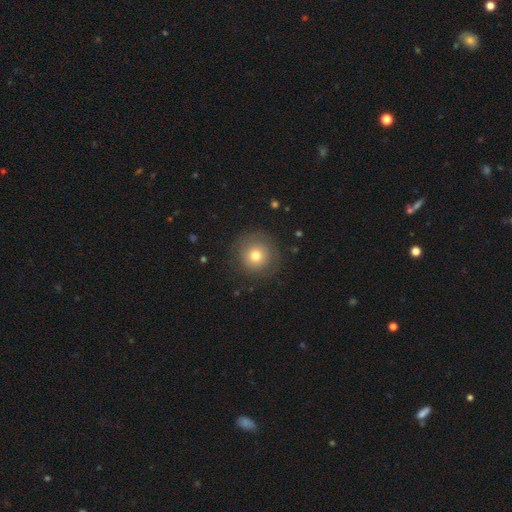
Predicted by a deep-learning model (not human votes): Q: Smooth or featured?
A: smooth (73%); runner-up: featured or disk (16%)
Q: How rounded?
A: round (94%); runner-up: in between (5%)
Q: Merging?
A: none (84%); runner-up: minor disturbance (11%)